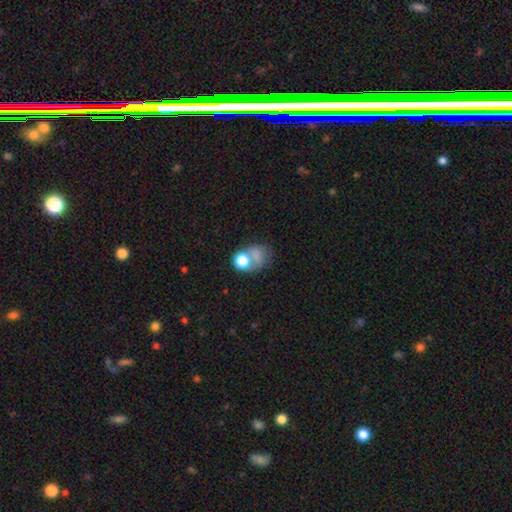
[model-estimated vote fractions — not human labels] Smooth or featured? smooth (66%)
How rounded? round (57%)
Merging? none (33%)